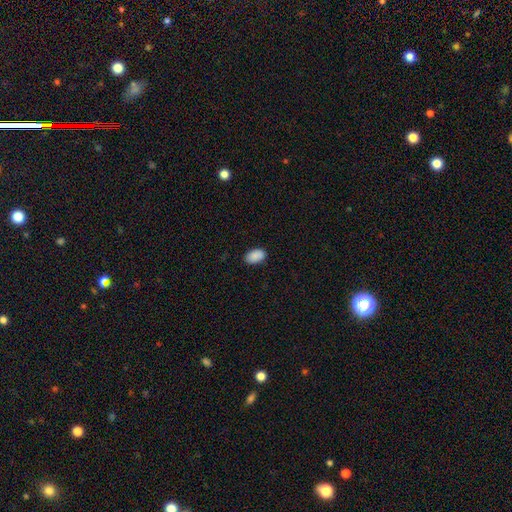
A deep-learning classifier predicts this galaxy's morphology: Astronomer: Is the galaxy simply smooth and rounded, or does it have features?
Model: smooth — 90%.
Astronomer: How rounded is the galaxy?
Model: in between — 92%.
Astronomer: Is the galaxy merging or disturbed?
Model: none — 86%.